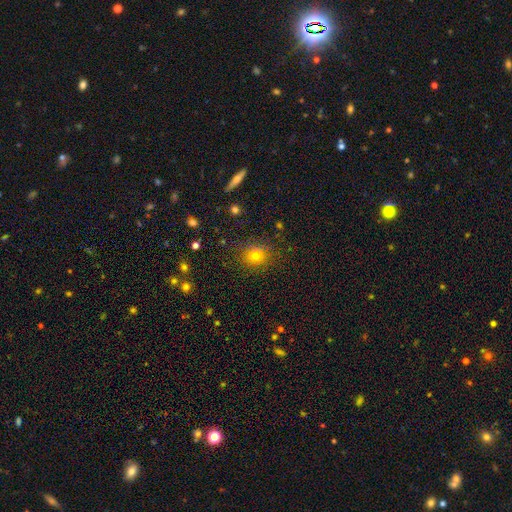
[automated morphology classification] This is likely a smooth galaxy (74%). How rounded: clearly round (86%). Merging: clearly none (84%).